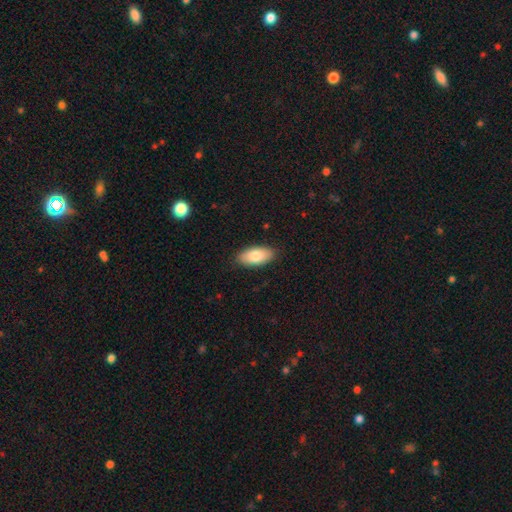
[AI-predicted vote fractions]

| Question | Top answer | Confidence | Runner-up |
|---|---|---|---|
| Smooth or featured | smooth | 82% | featured or disk (12%) |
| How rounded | in between | 93% | cigar-shaped (5%) |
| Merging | none | 88% | minor disturbance (9%) |